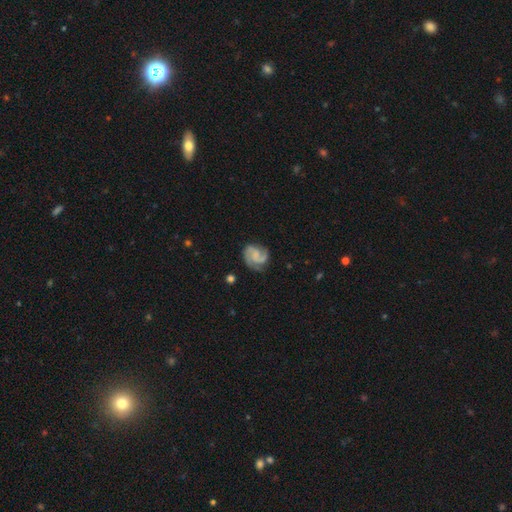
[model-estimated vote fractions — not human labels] Smooth or featured: featured or disk — 83% (smooth — 11%)
Edge-on disk: no — 98% (yes — 2%)
Bar: no — 54% (weak — 37%)
Spiral arms: yes — 97% (no — 3%)
Spiral winding: medium — 49% (tight — 34%)
Spiral arm count: 2 — 74% (3 — 13%)
Bulge size: none — 55% (small — 28%)
Merging: none — 74% (minor disturbance — 17%)